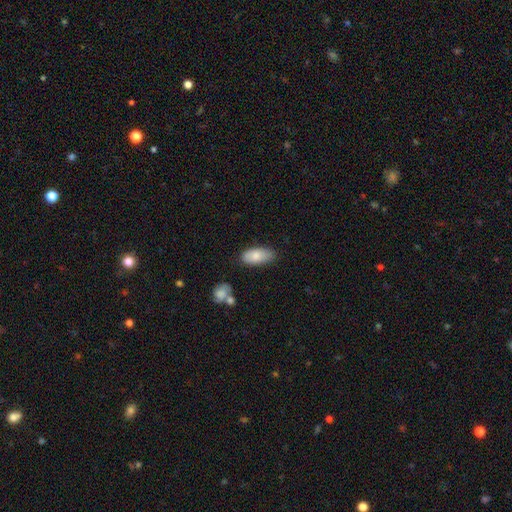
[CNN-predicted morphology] Smooth or featured? smooth (82%)
How rounded? in between (89%)
Merging? none (71%)